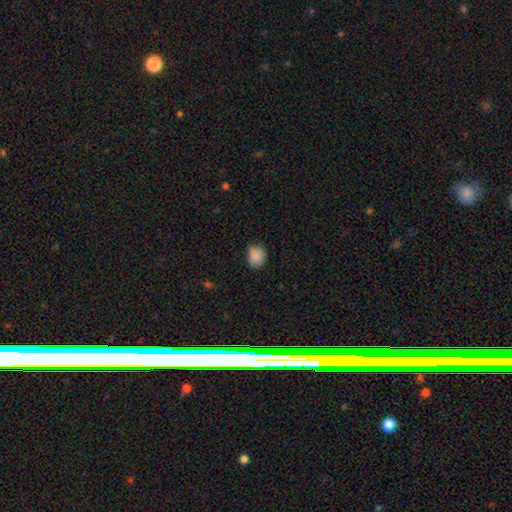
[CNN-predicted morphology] smooth 87%, star or artifact 9%, featured or disk 4%. Down the decision tree: how rounded — round (57%); merging — none (72%).